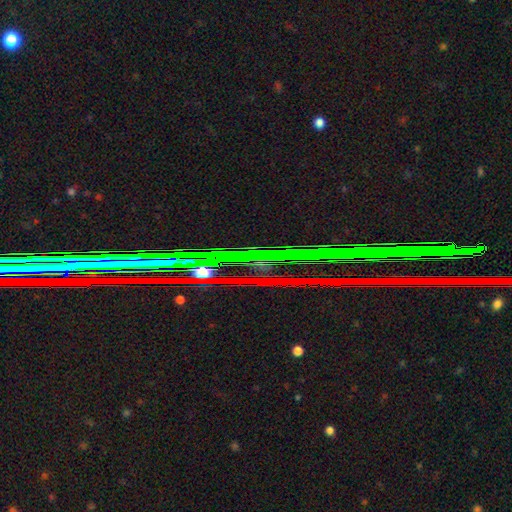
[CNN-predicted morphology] The model was most divided on "smooth or featured": star or artifact: 81%, featured or disk: 11%, smooth: 8%.